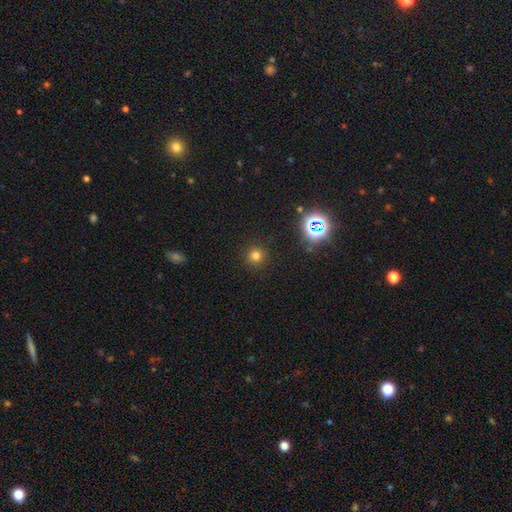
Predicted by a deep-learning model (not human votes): Overall: smooth (72%). How rounded: round (94%). Merging: none (90%).